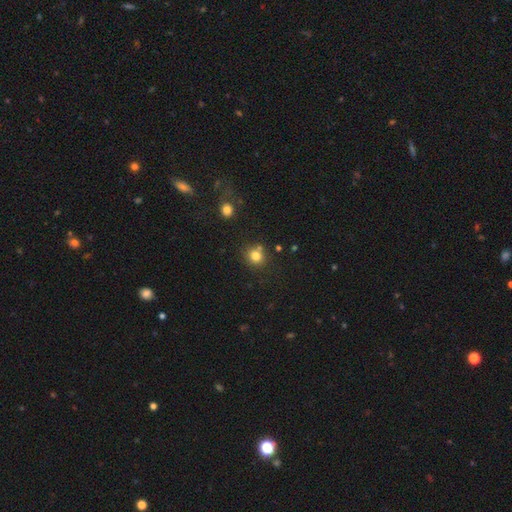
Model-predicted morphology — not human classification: Smooth or featured: smooth — 79% (star or artifact — 13%)
How rounded: round — 84% (in between — 15%)
Merging: none — 72% (merger — 13%)